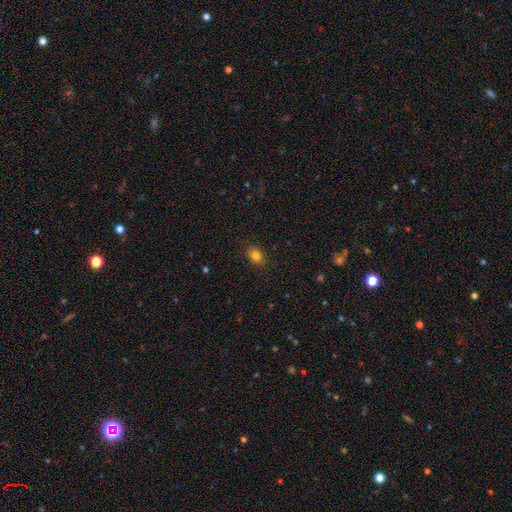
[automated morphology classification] Smooth or featured?
  - smooth: 83% *
  - star or artifact: 12%
  - featured or disk: 6%
How rounded?
  - in between: 60% *
  - round: 39%
  - cigar-shaped: 1%
Merging?
  - none: 87% *
  - minor disturbance: 9%
  - major disturbance: 2%
  - merger: 1%